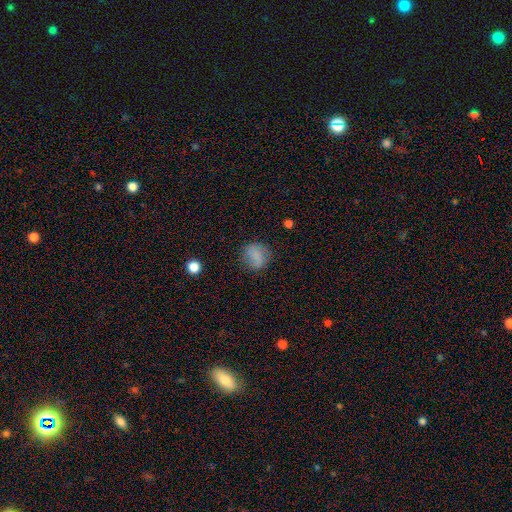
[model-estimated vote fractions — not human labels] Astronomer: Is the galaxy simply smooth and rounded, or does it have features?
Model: smooth — 78%.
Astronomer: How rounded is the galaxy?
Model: round — 73%.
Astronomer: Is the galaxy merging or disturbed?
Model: none — 74%.